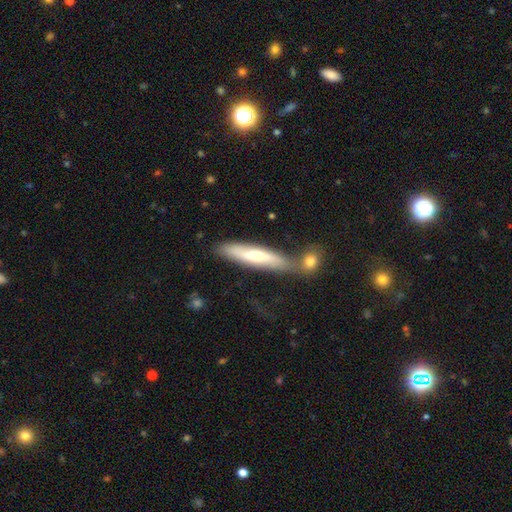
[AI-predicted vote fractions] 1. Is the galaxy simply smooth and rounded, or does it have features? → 55% smooth, 39% featured or disk, 5% star or artifact.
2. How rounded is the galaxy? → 78% cigar-shaped, 20% in between, 2% round.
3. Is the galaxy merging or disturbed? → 48% none, 28% merger, 16% minor disturbance, 7% major disturbance.